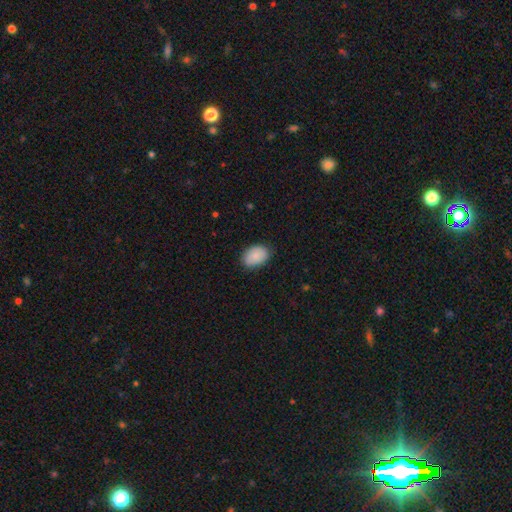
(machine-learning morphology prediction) Q: Smooth or featured?
A: smooth (87%); runner-up: star or artifact (6%)
Q: How rounded?
A: in between (84%); runner-up: round (15%)
Q: Merging?
A: none (82%); runner-up: minor disturbance (15%)